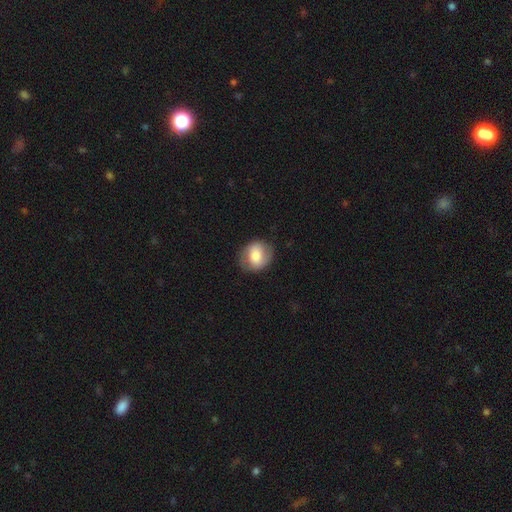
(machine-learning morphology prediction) The model was most divided on "how rounded": round: 60%, in between: 39%, cigar-shaped: 1%. More confident: merging — none (79%); smooth or featured — smooth (63%).